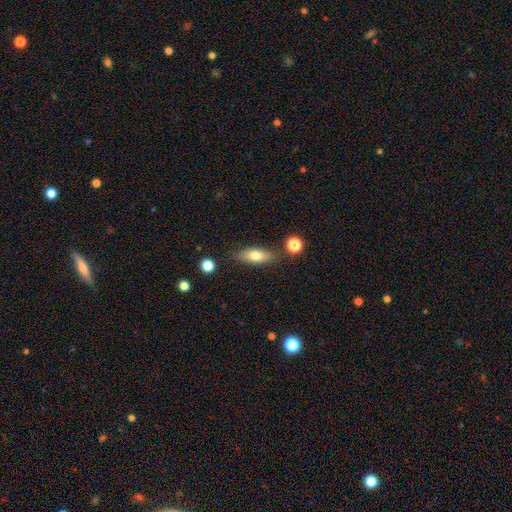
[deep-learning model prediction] smooth-or-featured: smooth: 73% | featured or disk: 20% | star or artifact: 7%
  how-rounded: in between: 66% | cigar-shaped: 30% | round: 4%
  merging: none: 79% | minor disturbance: 13% | merger: 4% | major disturbance: 3%